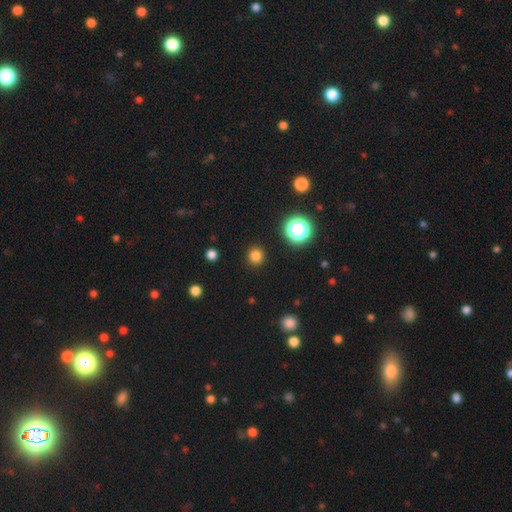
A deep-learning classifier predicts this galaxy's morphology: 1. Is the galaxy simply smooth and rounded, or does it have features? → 80% smooth, 17% star or artifact, 4% featured or disk.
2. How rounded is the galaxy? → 94% round, 5% in between, 1% cigar-shaped.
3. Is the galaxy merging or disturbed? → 91% none, 5% minor disturbance, 2% major disturbance, 1% merger.